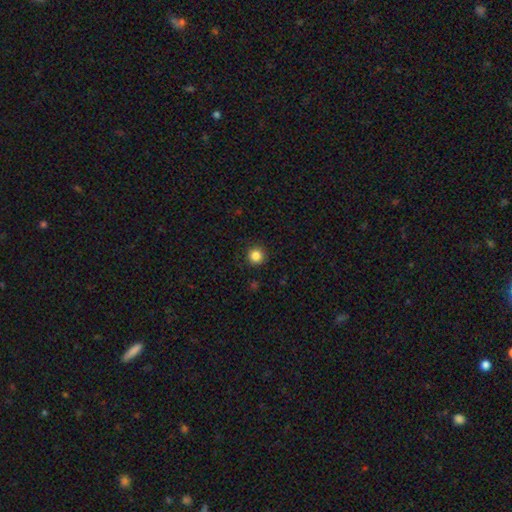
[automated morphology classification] A smooth galaxy with no disk features (85%) that is round (95%). Merging: none (91%).